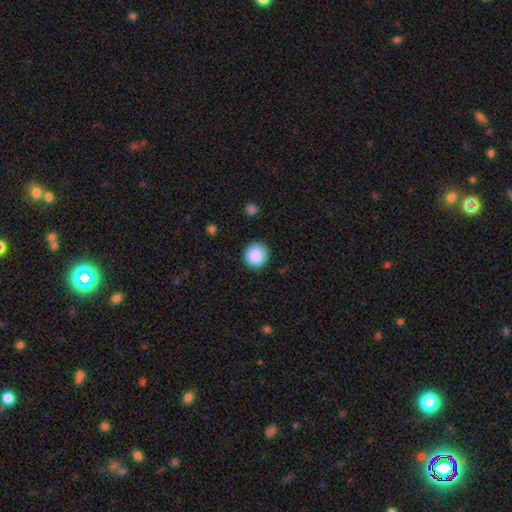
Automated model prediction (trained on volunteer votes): Smooth or featured? Predicted: smooth (p=0.88). How rounded? Predicted: round (p=0.94). Merging? Predicted: none (p=0.90).